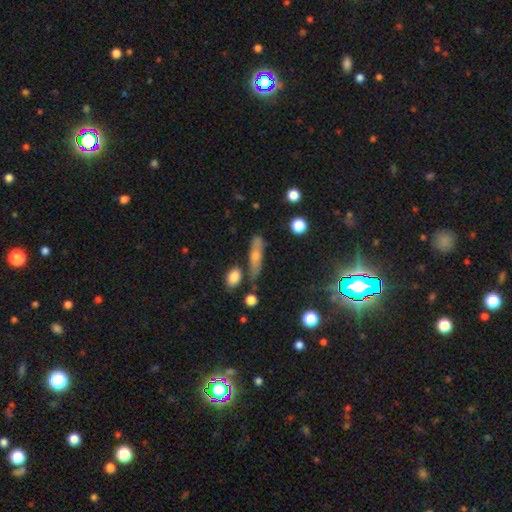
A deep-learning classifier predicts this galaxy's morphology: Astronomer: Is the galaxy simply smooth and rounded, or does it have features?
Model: smooth — 61%.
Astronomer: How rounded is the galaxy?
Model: cigar-shaped — 63%.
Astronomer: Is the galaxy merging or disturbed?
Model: none — 59%.